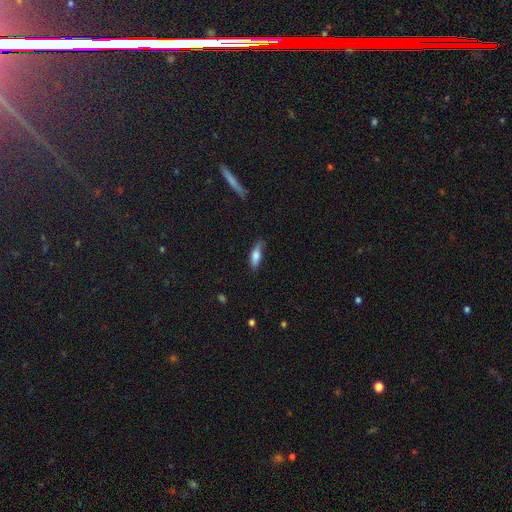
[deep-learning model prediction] smooth-or-featured: smooth: 76% | featured or disk: 17% | star or artifact: 7%
  how-rounded: in between: 60% | cigar-shaped: 37% | round: 2%
  merging: none: 62% | minor disturbance: 29% | major disturbance: 7% | merger: 2%